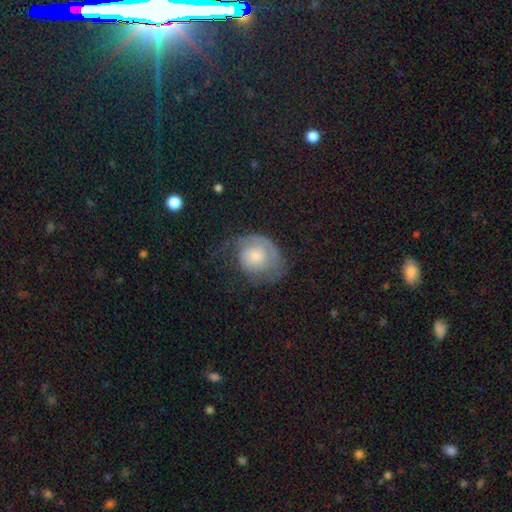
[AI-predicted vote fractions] Smooth or featured? featured or disk (57%)
Edge-on disk? no (97%)
Bar? no (80%)
Spiral arms? yes (78%)
Bulge size? small (55%)
Merging? none (39%)